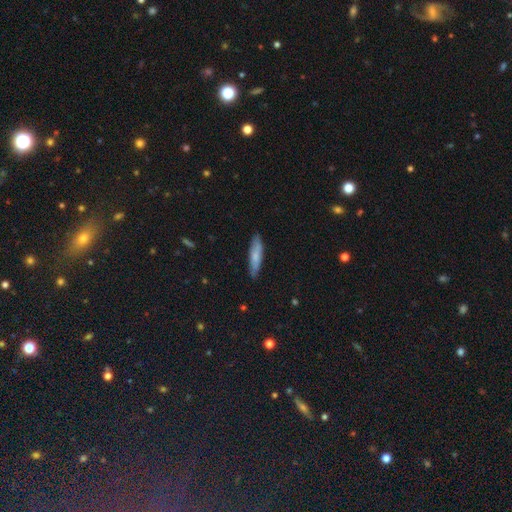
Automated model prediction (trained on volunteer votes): The model was most divided on "smooth or featured": smooth: 74%, featured or disk: 21%, star or artifact: 5%. More confident: merging — none (83%); how rounded — cigar-shaped (77%).